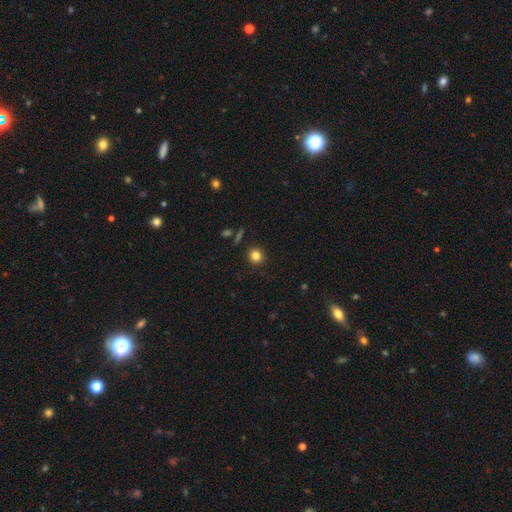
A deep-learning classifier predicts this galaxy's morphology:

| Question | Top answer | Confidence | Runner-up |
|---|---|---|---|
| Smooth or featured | smooth | 82% | star or artifact (13%) |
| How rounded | round | 93% | in between (6%) |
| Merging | none | 90% | minor disturbance (6%) |